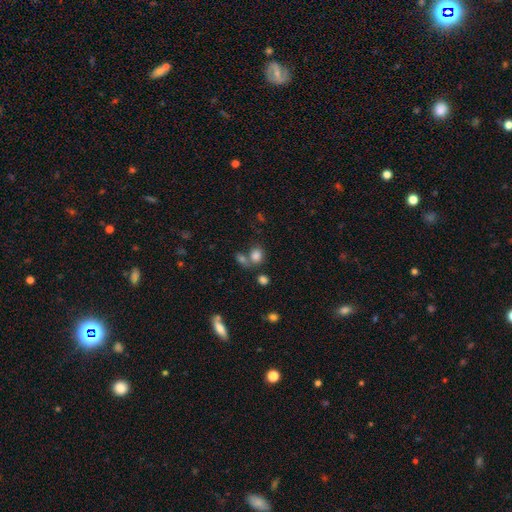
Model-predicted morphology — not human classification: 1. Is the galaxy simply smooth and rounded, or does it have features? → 81% smooth, 12% star or artifact, 7% featured or disk.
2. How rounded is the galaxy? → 52% in between, 47% round, 1% cigar-shaped.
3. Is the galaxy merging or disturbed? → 50% none, 33% merger, 11% minor disturbance, 6% major disturbance.